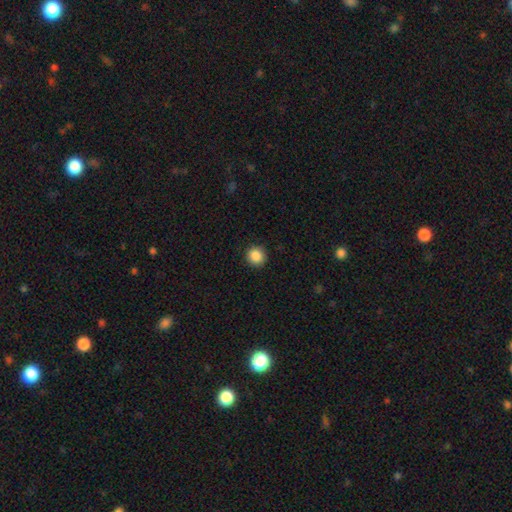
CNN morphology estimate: This appears to be a smooth galaxy with no disk features (87%) that is round (93%). Merging: none (92%).